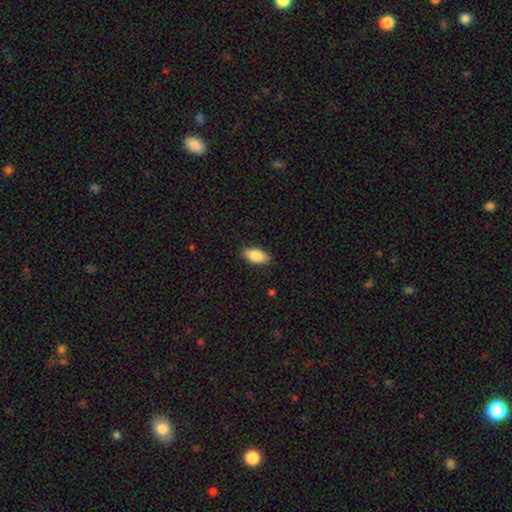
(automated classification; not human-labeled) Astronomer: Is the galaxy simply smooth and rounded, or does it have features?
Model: smooth — 86%.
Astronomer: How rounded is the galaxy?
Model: in between — 91%.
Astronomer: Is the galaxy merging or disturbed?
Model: none — 88%.